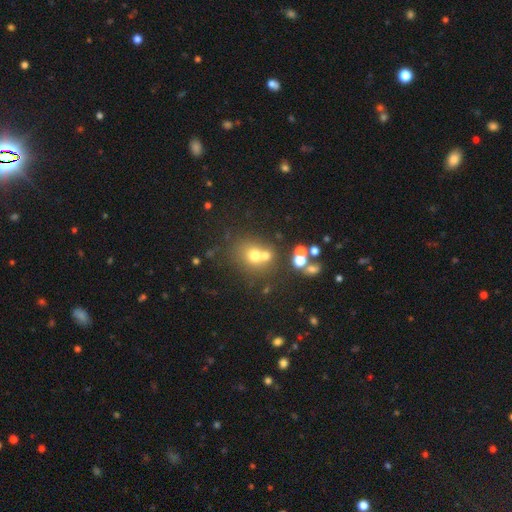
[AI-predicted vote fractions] Smooth or featured?
  - smooth: 62% *
  - star or artifact: 20%
  - featured or disk: 18%
How rounded?
  - round: 76% *
  - in between: 23%
  - cigar-shaped: 1%
Merging?
  - none: 49% *
  - merger: 37%
  - minor disturbance: 9%
  - major disturbance: 5%